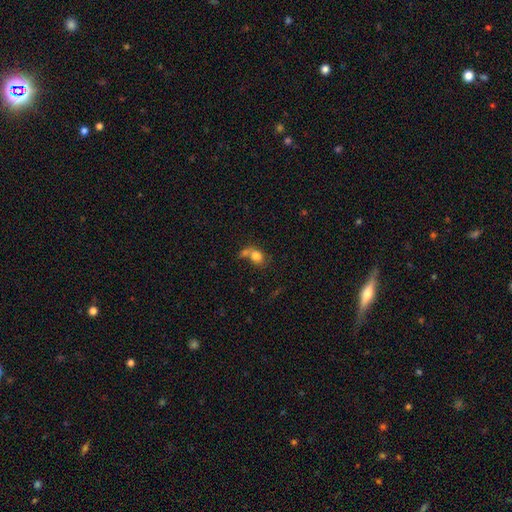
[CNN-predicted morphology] type=smooth (78%); roundness=in between (51%); merging=merger (46%).